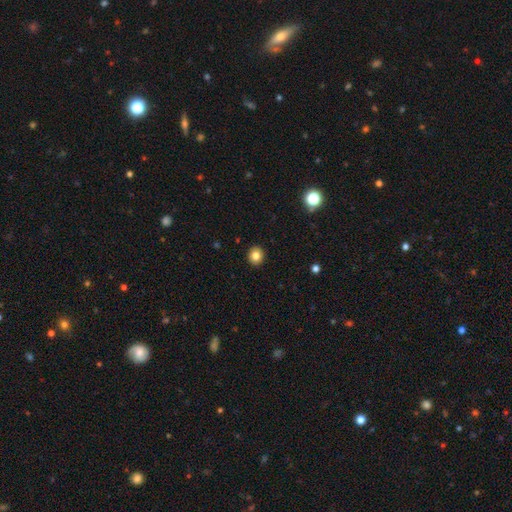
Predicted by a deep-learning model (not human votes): A smooth galaxy with no disk features (83%) that is round (85%). Merging: none (93%).